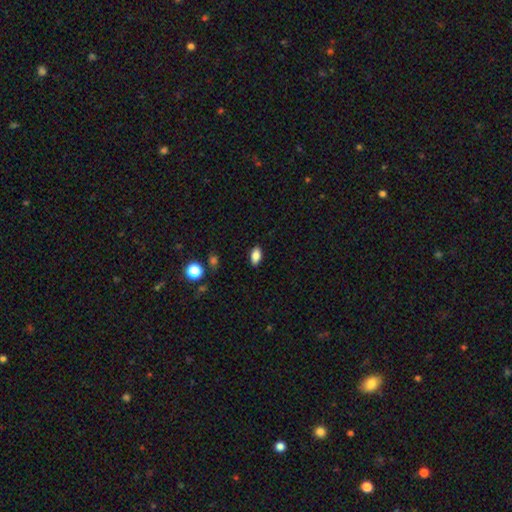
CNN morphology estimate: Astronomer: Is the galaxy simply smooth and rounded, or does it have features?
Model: smooth — 84%.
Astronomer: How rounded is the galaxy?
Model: in between — 89%.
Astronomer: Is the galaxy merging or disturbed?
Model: none — 87%.